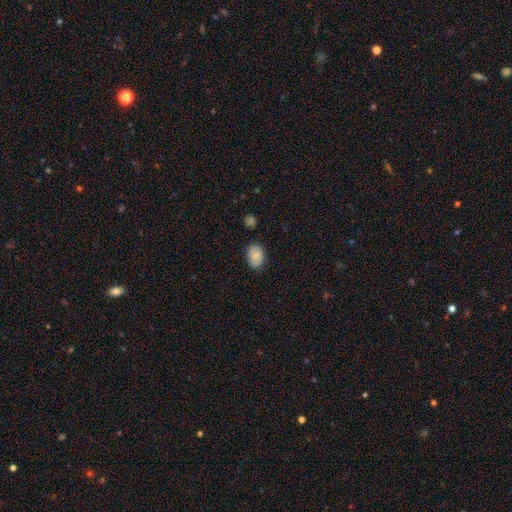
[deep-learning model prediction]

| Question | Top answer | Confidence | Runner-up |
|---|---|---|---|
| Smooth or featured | smooth | 70% | featured or disk (21%) |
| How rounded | in between | 79% | round (20%) |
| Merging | none | 77% | minor disturbance (17%) |